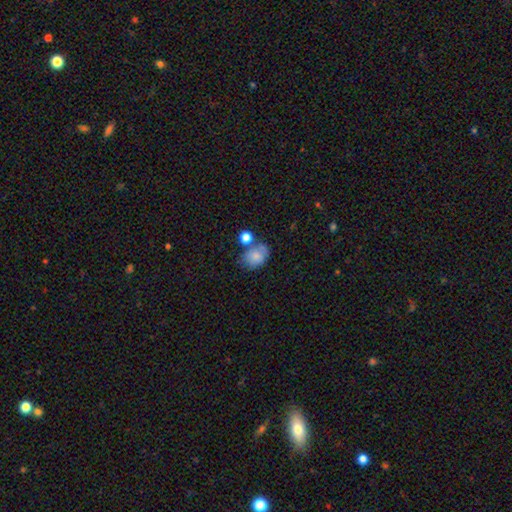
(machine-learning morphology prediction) A smooth galaxy with no disk features (79%) that is in between round and cigar-shaped (63%). Merging: none (52%).